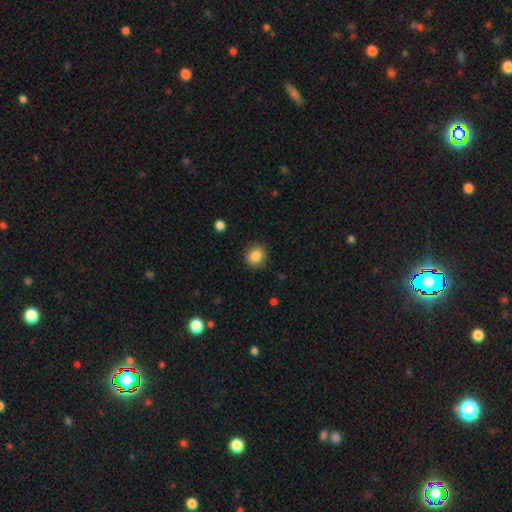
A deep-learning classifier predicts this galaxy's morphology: The model was most divided on "how rounded": round: 79%, in between: 20%, cigar-shaped: 1%. More confident: merging — none (87%); smooth or featured — smooth (86%).